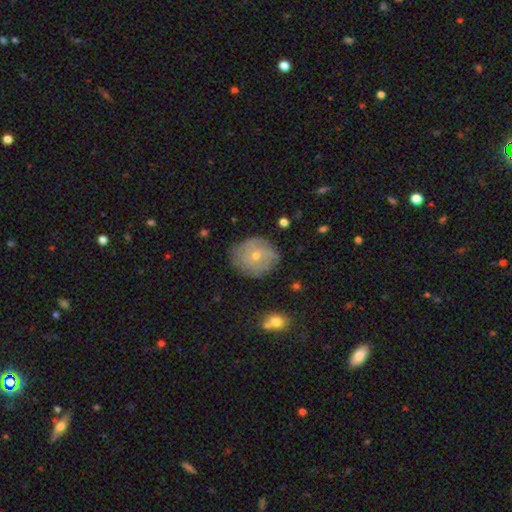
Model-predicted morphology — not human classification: The model was most divided on "smooth or featured": featured or disk: 56%, smooth: 34%, star or artifact: 10%. More confident: edge-on disk — no (96%); spiral arms — yes (78%); bar — no (78%); merging — none (75%); bulge size — small (60%).